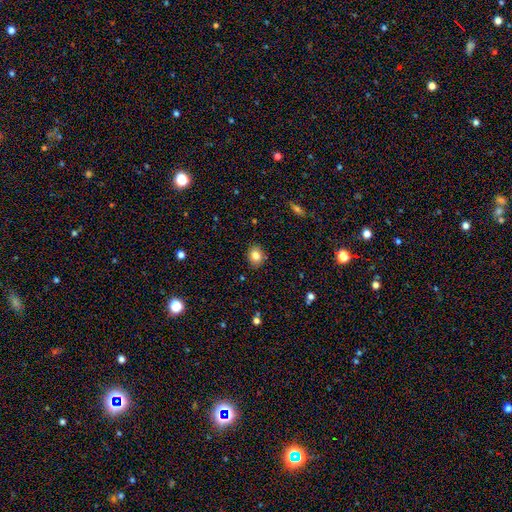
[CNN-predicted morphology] A smooth galaxy with no disk features (82%) that is round (54%). Merging: none (87%).